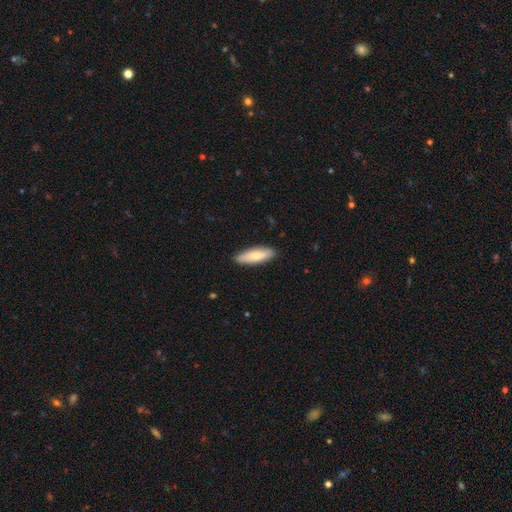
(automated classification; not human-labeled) Smooth or featured: smooth — 75% (featured or disk — 19%)
How rounded: cigar-shaped — 51% (in between — 47%)
Merging: none — 88% (minor disturbance — 10%)